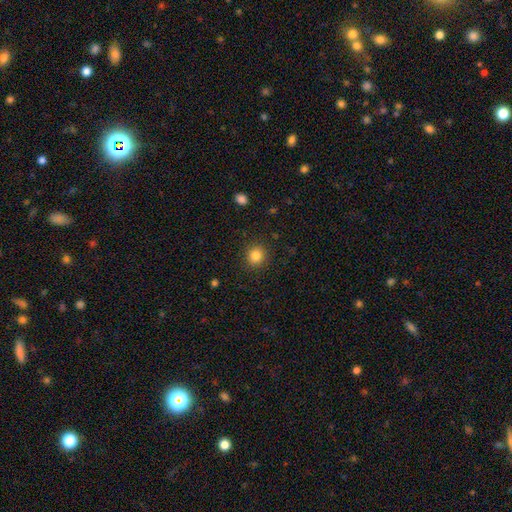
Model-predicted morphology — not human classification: Smooth or featured: smooth — 84% (star or artifact — 11%)
How rounded: round — 90% (in between — 9%)
Merging: none — 90% (minor disturbance — 7%)